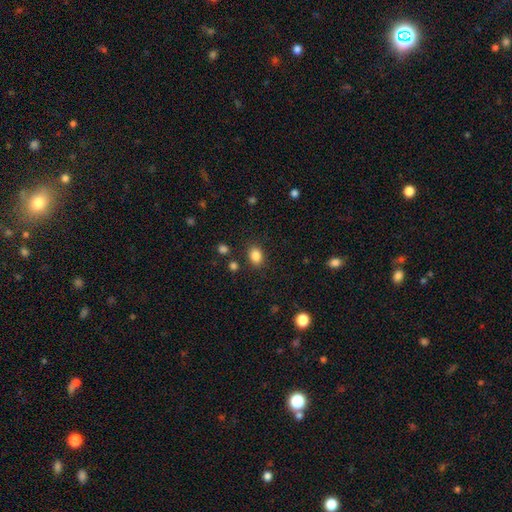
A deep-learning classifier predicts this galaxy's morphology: Q: Smooth or featured?
A: smooth (85%); runner-up: star or artifact (10%)
Q: How rounded?
A: in between (67%); runner-up: round (32%)
Q: Merging?
A: none (85%); runner-up: minor disturbance (9%)